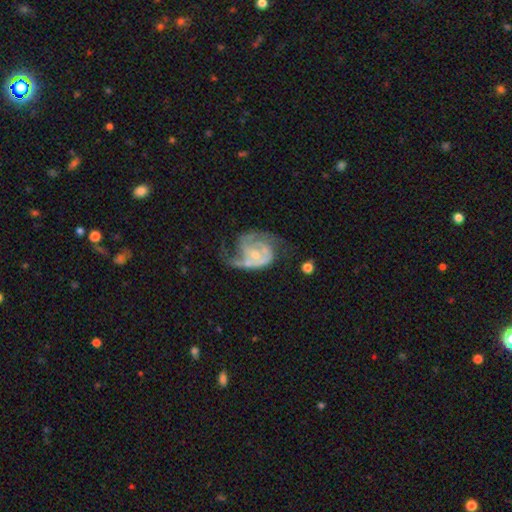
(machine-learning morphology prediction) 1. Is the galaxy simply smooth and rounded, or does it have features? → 83% featured or disk, 11% smooth, 5% star or artifact.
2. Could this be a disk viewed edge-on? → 98% no, 2% yes.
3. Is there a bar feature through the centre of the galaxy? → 67% no, 28% weak, 5% strong.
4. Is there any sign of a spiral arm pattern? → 90% yes, 10% no.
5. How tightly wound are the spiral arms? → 42% medium, 36% tight, 22% loose.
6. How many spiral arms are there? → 52% 2, 17% can't tell, 12% 3, 12% 1, 3% 4, 3% more than 4.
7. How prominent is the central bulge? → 57% small, 33% moderate, 6% none, 2% large, 1% dominant.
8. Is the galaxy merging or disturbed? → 38% none, 33% major disturbance, 22% minor disturbance, 6% merger.